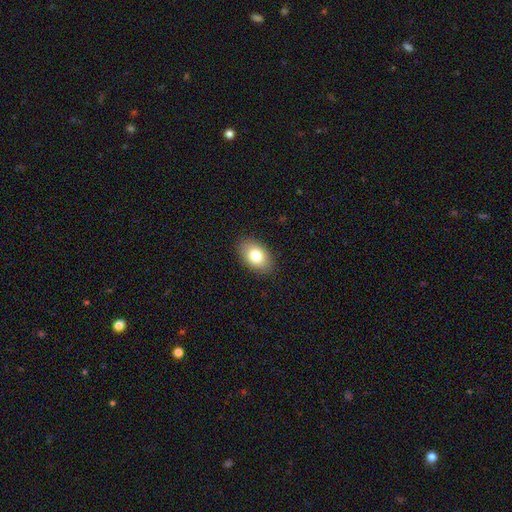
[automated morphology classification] Smooth or featured? smooth (81%)
How rounded? in between (89%)
Merging? none (88%)